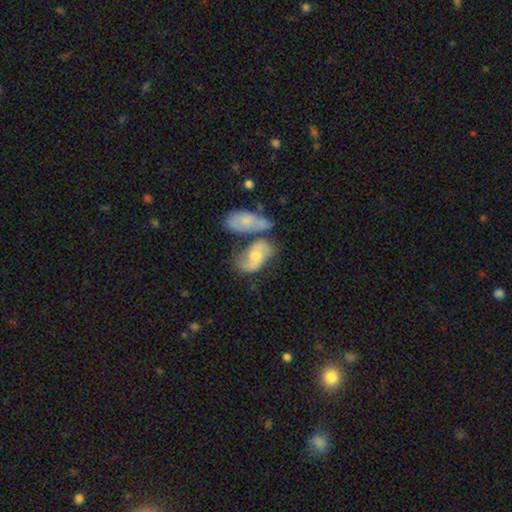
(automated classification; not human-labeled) Smooth or featured: featured or disk — 66% (smooth — 27%)
Edge-on disk: no — 95% (yes — 5%)
Bar: no — 61% (weak — 33%)
Spiral arms: yes — 88% (no — 12%)
Spiral winding: medium — 47% (loose — 34%)
Spiral arm count: 2 — 84% (can't tell — 9%)
Bulge size: moderate — 51% (small — 40%)
Merging: merger — 42% (none — 35%)